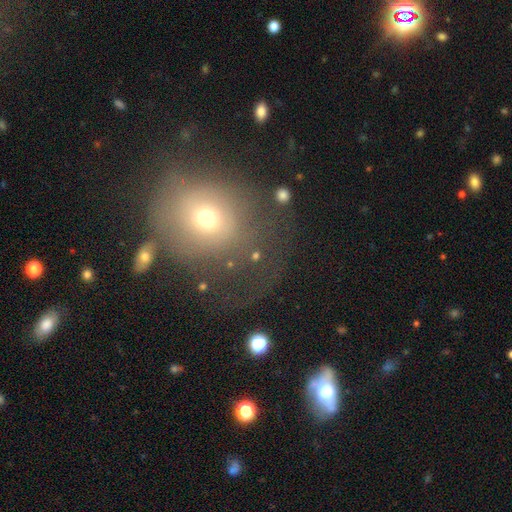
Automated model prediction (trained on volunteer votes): Q: Smooth or featured?
A: smooth (57%); runner-up: featured or disk (23%)
Q: How rounded?
A: round (75%); runner-up: in between (23%)
Q: Merging?
A: none (49%); runner-up: major disturbance (27%)